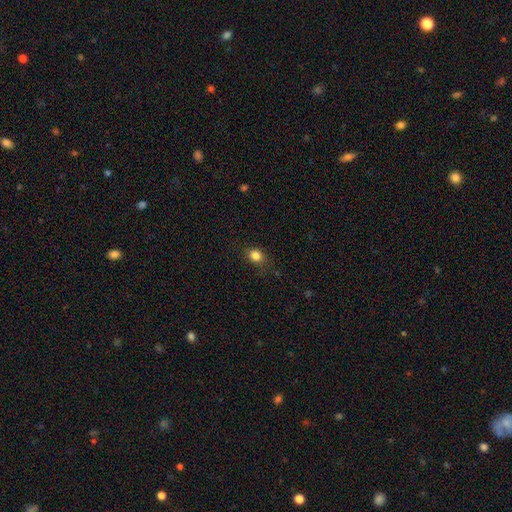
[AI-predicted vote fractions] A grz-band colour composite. It shows a smooth galaxy with no disk features (83%) that is round (62%). Merging: none (79%).